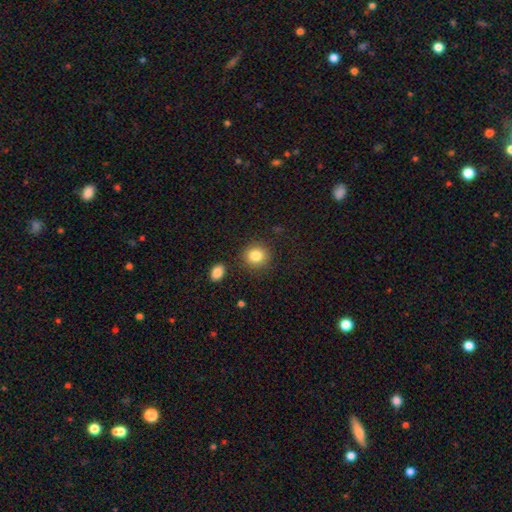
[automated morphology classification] smooth-or-featured: smooth: 84% | star or artifact: 10% | featured or disk: 7%
  how-rounded: round: 83% | in between: 16% | cigar-shaped: 1%
  merging: none: 86% | minor disturbance: 8% | merger: 3% | major disturbance: 3%